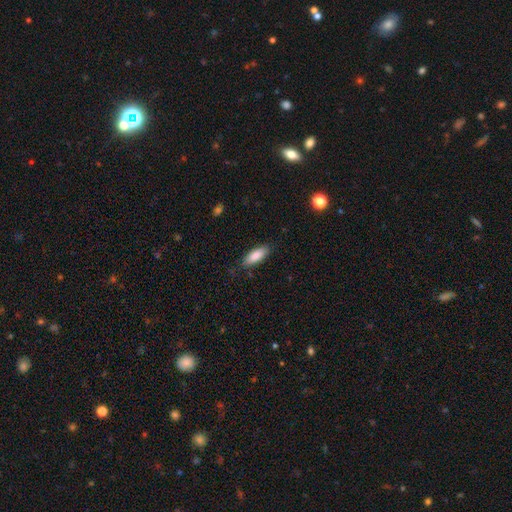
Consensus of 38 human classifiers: This appears to be a smooth galaxy with no disk features (92%) that is in between round and cigar-shaped (60%). Merging: none (83%).